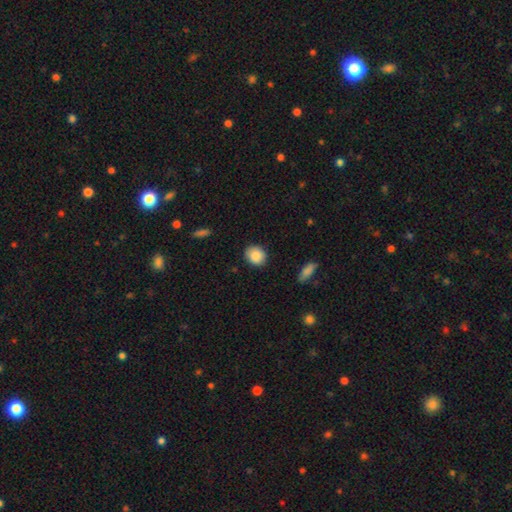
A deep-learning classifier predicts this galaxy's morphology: A smooth galaxy with no disk features (88%) that is round (70%). Merging: none (88%).